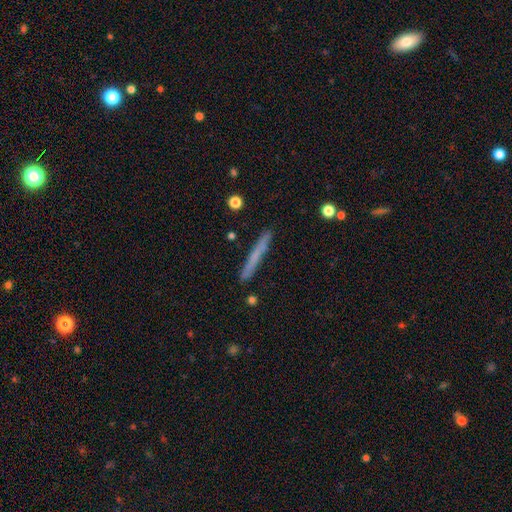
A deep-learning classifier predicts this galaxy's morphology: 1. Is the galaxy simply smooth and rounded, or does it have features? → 60% smooth, 33% featured or disk, 7% star or artifact.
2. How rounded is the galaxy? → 96% cigar-shaped, 2% in between, 1% round.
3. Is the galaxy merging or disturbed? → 88% none, 8% minor disturbance, 2% major disturbance, 2% merger.